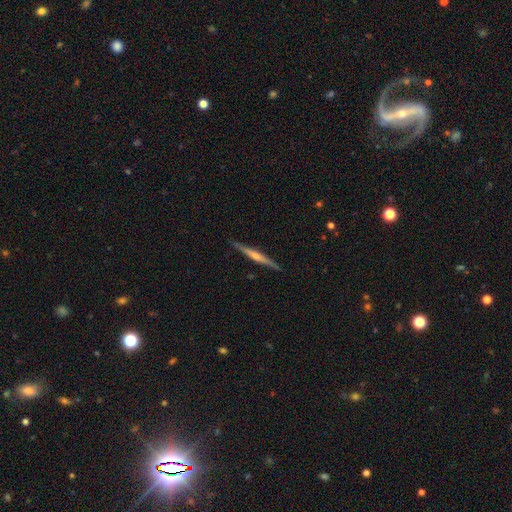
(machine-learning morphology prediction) Smooth or featured: featured or disk — 66% (smooth — 29%)
Edge-on disk: yes — 98% (no — 2%)
Edge-on bulge: rounded — 60% (none — 28%)
Merging: none — 90% (minor disturbance — 8%)